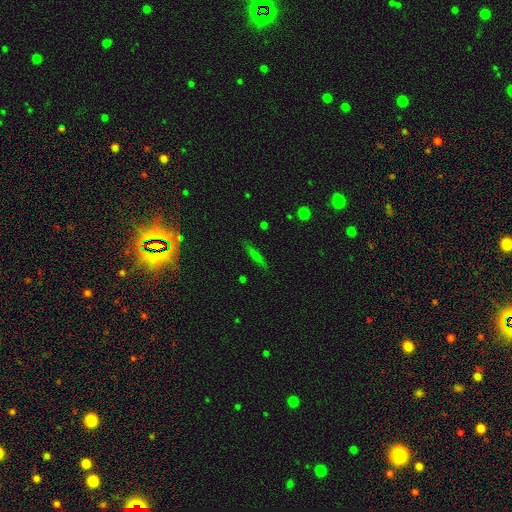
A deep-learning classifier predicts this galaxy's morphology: Smooth or featured?
  - smooth: 51% *
  - featured or disk: 36%
  - star or artifact: 13%
How rounded?
  - cigar-shaped: 87% *
  - in between: 10%
  - round: 3%
Merging?
  - none: 86% *
  - minor disturbance: 10%
  - major disturbance: 2%
  - merger: 2%